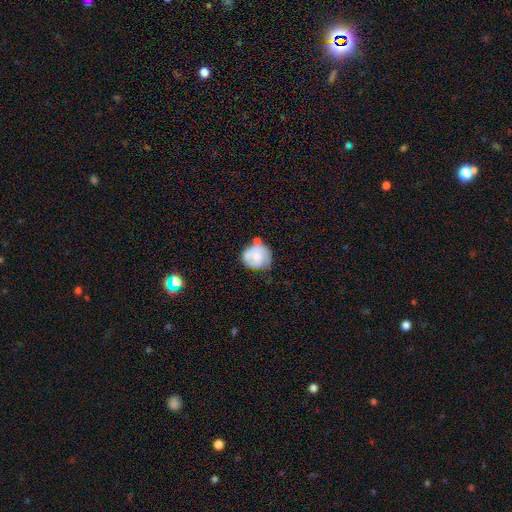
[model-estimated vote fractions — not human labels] Smooth or featured: smooth — 50% (featured or disk — 42%)
How rounded: round — 81% (in between — 18%)
Merging: none — 43% (minor disturbance — 31%)